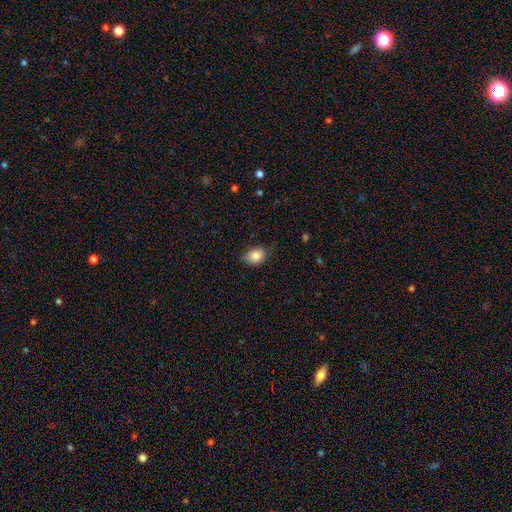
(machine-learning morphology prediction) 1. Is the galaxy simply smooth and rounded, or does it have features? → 86% smooth, 8% star or artifact, 6% featured or disk.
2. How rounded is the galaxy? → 65% in between, 34% round, 1% cigar-shaped.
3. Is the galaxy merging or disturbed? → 72% none, 23% minor disturbance, 4% major disturbance, 1% merger.